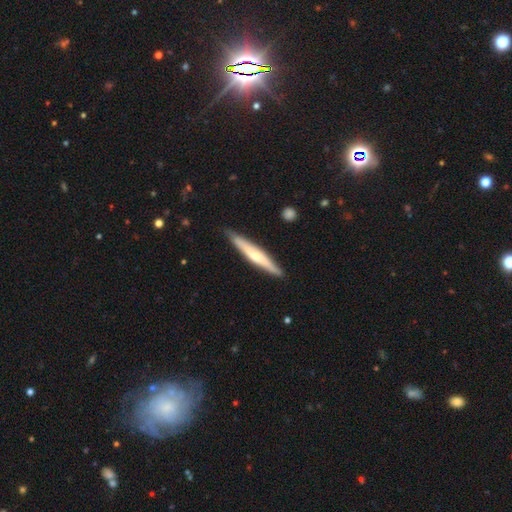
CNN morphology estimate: The model was most divided on "smooth or featured": featured or disk: 56%, smooth: 39%, star or artifact: 5%. More confident: edge-on disk — yes (95%); merging — none (88%); edge-on bulge — rounded (72%).